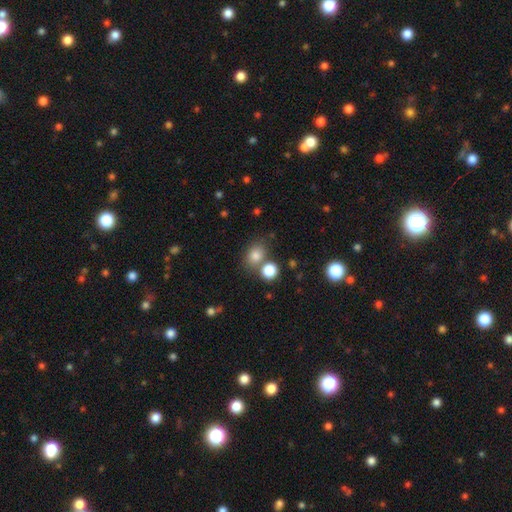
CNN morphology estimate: type=smooth (81%); roundness=in between (55%); merging=none (61%).